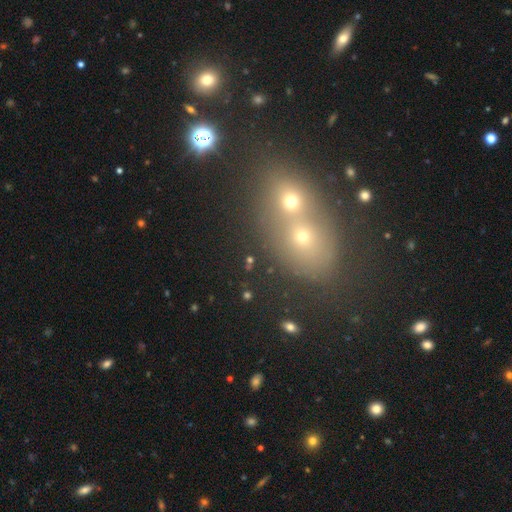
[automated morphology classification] Overall: smooth (47%; star or artifact 33%). Merging: merger (58%; none 32%).